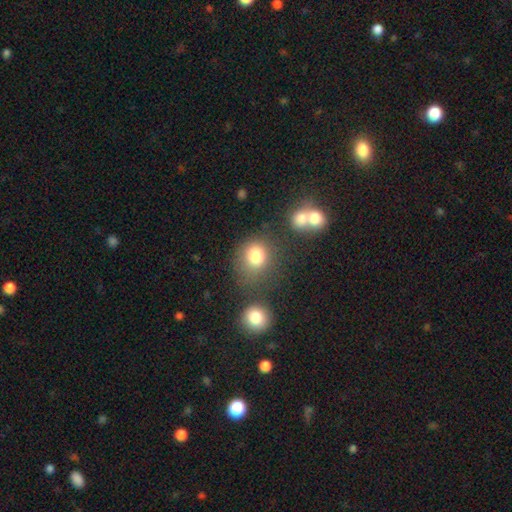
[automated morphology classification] smooth-or-featured: smooth: 80% | star or artifact: 12% | featured or disk: 7%
  how-rounded: round: 76% | in between: 24% | cigar-shaped: 1%
  merging: none: 64% | minor disturbance: 15% | merger: 14% | major disturbance: 7%